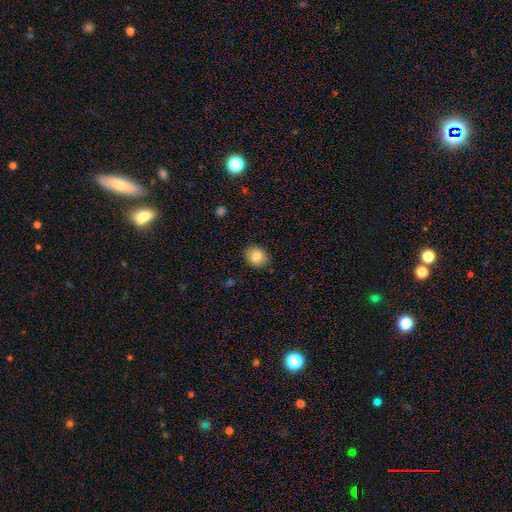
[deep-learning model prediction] This is clearly a smooth galaxy (83%). How rounded: possibly round (54%). Merging: clearly none (86%).